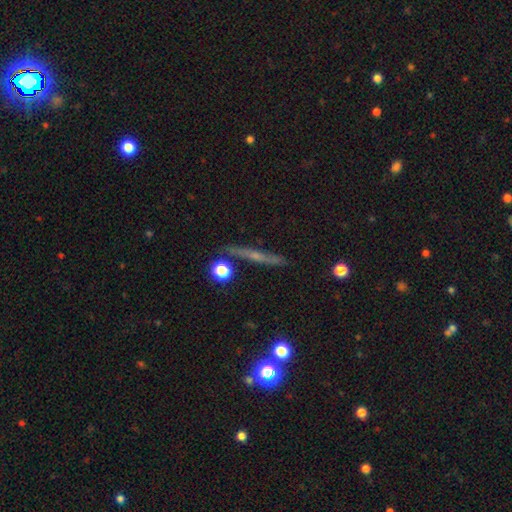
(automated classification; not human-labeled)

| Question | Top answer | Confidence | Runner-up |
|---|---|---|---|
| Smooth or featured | featured or disk | 64% | smooth (25%) |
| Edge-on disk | yes | 95% | no (5%) |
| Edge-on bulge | rounded | 55% | none (37%) |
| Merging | none | 86% | minor disturbance (9%) |